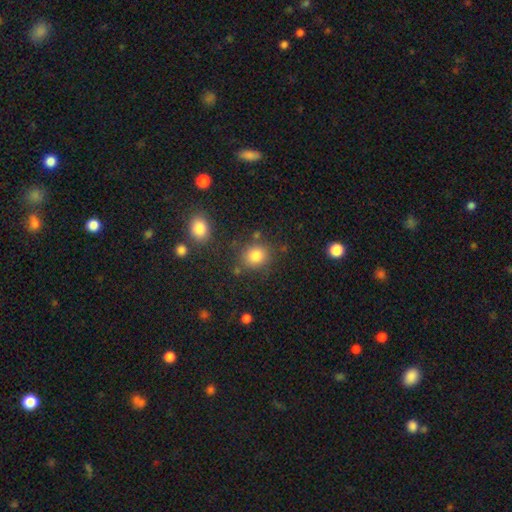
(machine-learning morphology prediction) Q: Smooth or featured?
A: smooth (82%); runner-up: star or artifact (12%)
Q: How rounded?
A: round (73%); runner-up: in between (26%)
Q: Merging?
A: none (78%); runner-up: minor disturbance (11%)